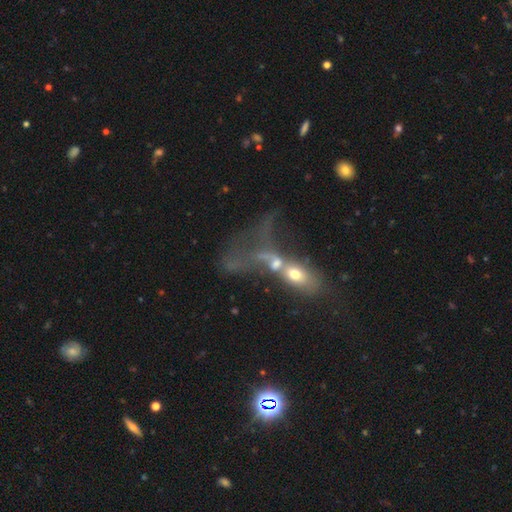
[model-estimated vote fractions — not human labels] smooth-or-featured: featured or disk: 39% | smooth: 37% | star or artifact: 23%
  merging: merger: 53% | major disturbance: 22% | none: 16% | minor disturbance: 8%